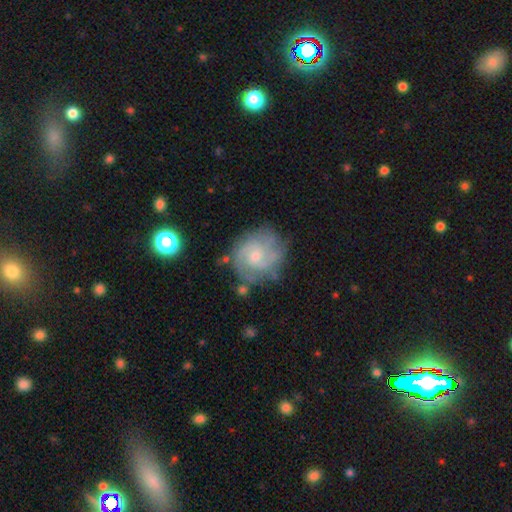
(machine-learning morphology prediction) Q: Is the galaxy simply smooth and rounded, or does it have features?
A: featured or disk — 77%.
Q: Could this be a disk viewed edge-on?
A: no — 98%.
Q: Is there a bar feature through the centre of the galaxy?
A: no — 63%.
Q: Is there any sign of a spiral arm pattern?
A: yes — 94%.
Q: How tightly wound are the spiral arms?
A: tight — 47%.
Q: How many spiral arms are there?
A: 2 — 45%.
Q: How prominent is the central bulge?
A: small — 58%.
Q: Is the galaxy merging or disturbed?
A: none — 71%.